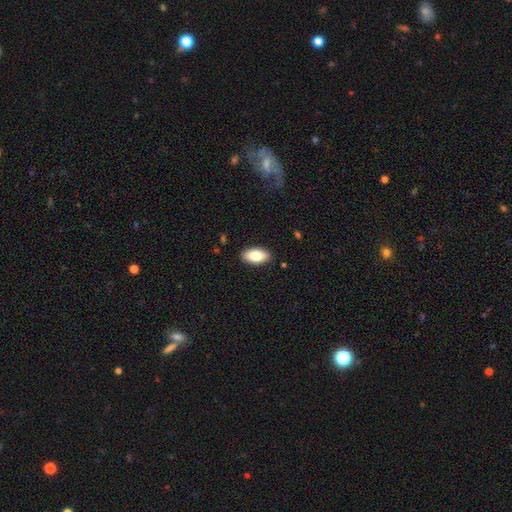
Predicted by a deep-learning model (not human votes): Q: Smooth or featured?
A: smooth (79%); runner-up: featured or disk (14%)
Q: How rounded?
A: in between (93%); runner-up: cigar-shaped (4%)
Q: Merging?
A: none (89%); runner-up: minor disturbance (8%)